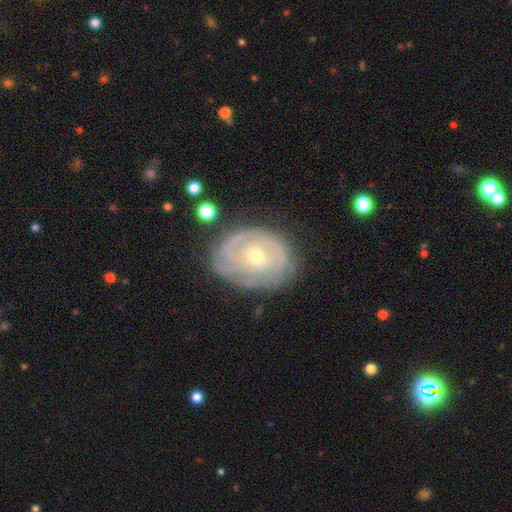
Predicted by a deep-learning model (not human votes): smooth-or-featured: featured or disk: 80% | smooth: 13% | star or artifact: 6%
  disk-edge-on: no: 96% | yes: 4%
    bar: no: 72% | weak: 23% | strong: 5%
    has-spiral-arms: yes: 87% | no: 13%
      spiral-winding: tight: 75% | medium: 20% | loose: 6%
      spiral-arm-count: can't tell: 45% | 2: 20% | 3: 17% | 4: 8% | 1: 6% | more than 4: 5%
    bulge-size: small: 49% | moderate: 48% | large: 1% | none: 1% | dominant: 1%
  merging: none: 70% | minor disturbance: 21% | major disturbance: 7% | merger: 2%